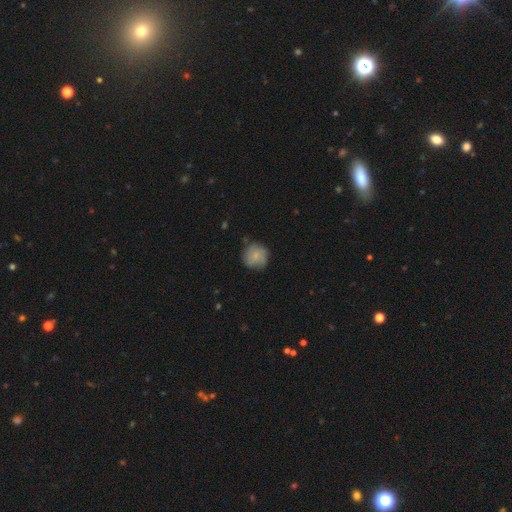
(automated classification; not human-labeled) smooth 72%, featured or disk 20%, star or artifact 7%. Down the decision tree: how rounded — round (90%); merging — none (69%).